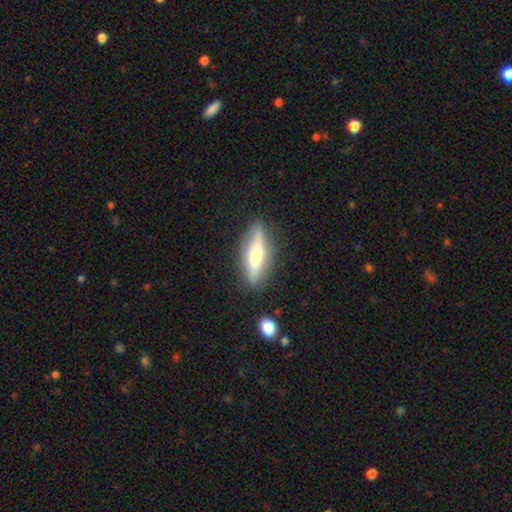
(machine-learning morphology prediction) featured or disk 51%, smooth 42%, star or artifact 6%. Down the decision tree: edge-on disk — yes (83%); merging — none (79%).